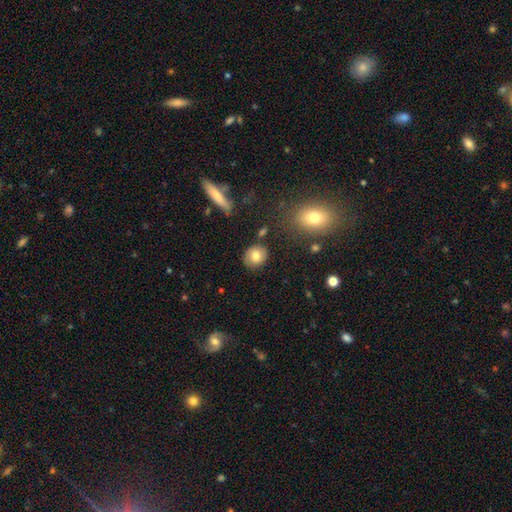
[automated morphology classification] smooth_or_featured: smooth (p=0.79) [alt: featured or disk p=0.12]
how_rounded: round (p=0.77) [alt: in between p=0.21]
merging: none (p=0.84) [alt: minor disturbance p=0.10]